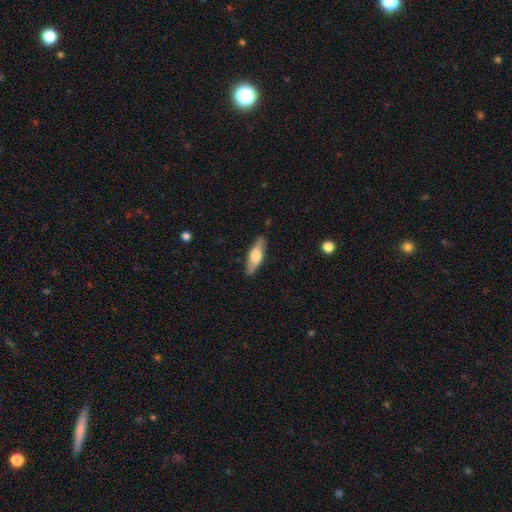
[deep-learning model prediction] This is possibly a smooth galaxy (59%). How rounded: possibly in between (50%). Merging: clearly none (86%).